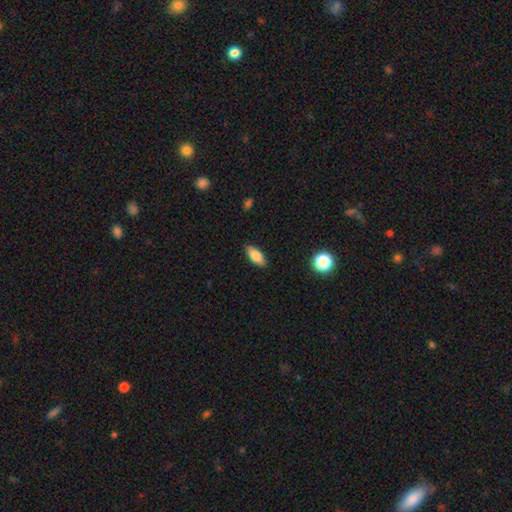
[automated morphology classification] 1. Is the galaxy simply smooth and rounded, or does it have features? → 79% smooth, 14% featured or disk, 7% star or artifact.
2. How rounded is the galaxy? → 81% in between, 16% cigar-shaped, 3% round.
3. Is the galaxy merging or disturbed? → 87% none, 10% minor disturbance, 2% major disturbance, 1% merger.